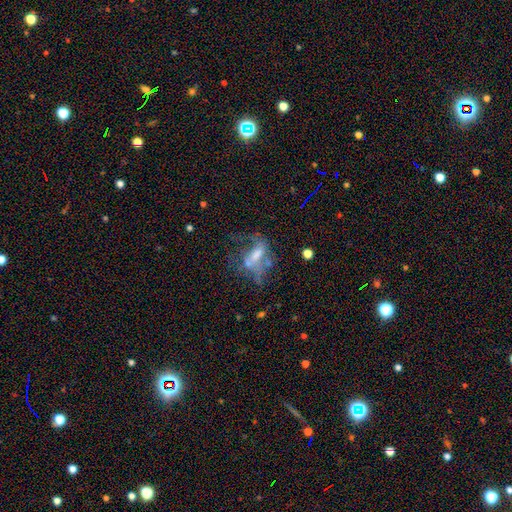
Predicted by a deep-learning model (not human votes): This is possibly a featured or disk galaxy (54%). It is clearly not viewed edge-on (88%). Merging: marginally major disturbance (38%).